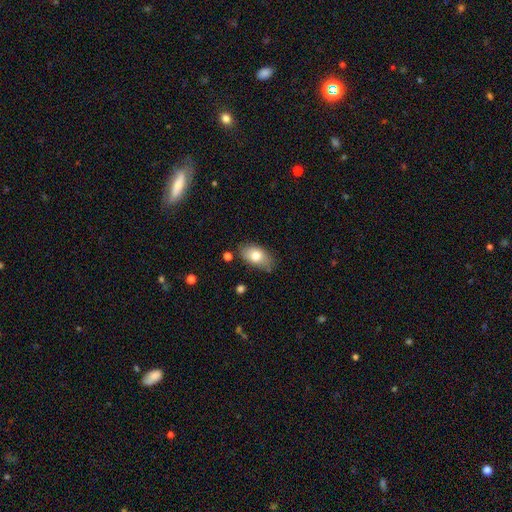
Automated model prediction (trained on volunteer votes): Smooth or featured: smooth — 77% (featured or disk — 16%)
How rounded: in between — 91% (round — 6%)
Merging: none — 75% (minor disturbance — 18%)